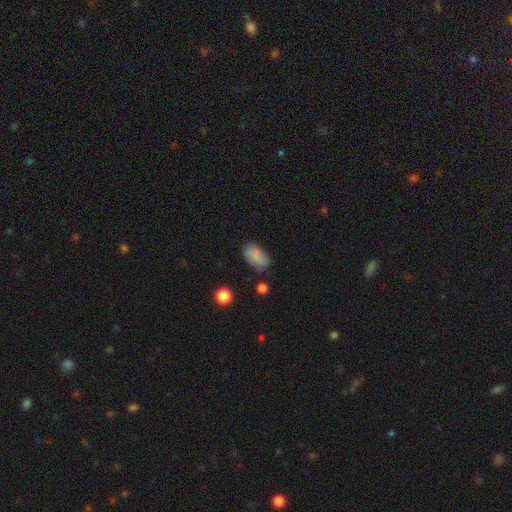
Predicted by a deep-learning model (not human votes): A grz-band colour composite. It shows a smooth galaxy with no disk features (78%) that is in between round and cigar-shaped (91%). Merging: none (70%).